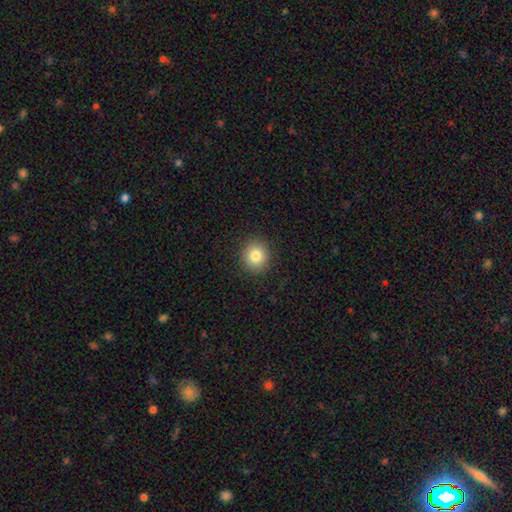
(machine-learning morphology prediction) type=smooth (82%); roundness=round (88%); merging=none (91%).